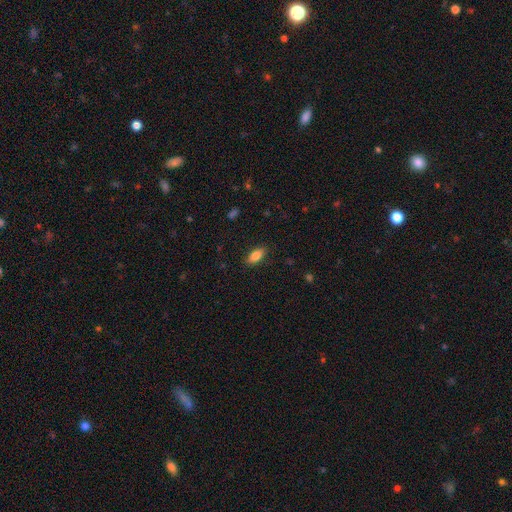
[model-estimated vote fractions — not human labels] Smooth or featured? Predicted: smooth (p=0.83). How rounded? Predicted: in between (p=0.86). Merging? Predicted: none (p=0.87).